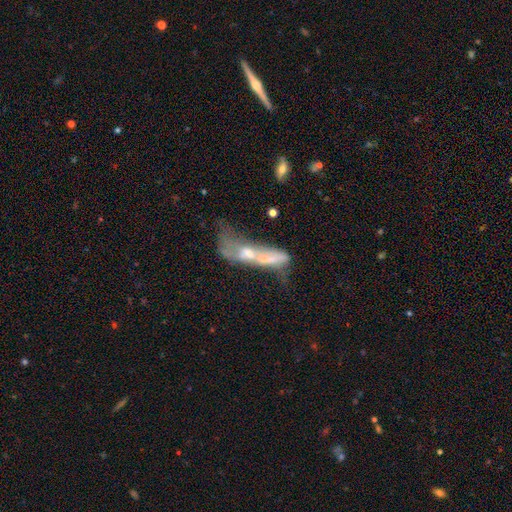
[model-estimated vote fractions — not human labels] Smooth or featured? Predicted: featured or disk (p=0.53). Edge-on disk? Predicted: no (p=0.67). Merging? Predicted: merger (p=0.45).